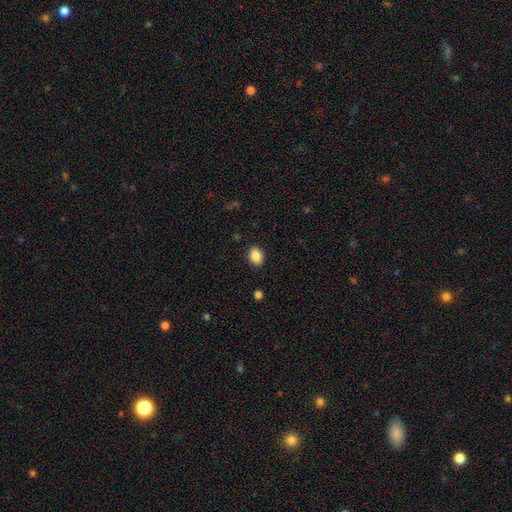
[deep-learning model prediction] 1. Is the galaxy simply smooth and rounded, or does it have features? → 87% smooth, 8% star or artifact, 4% featured or disk.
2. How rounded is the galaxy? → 80% in between, 19% round, 1% cigar-shaped.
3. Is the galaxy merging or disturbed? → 88% none, 9% minor disturbance, 2% major disturbance, 1% merger.